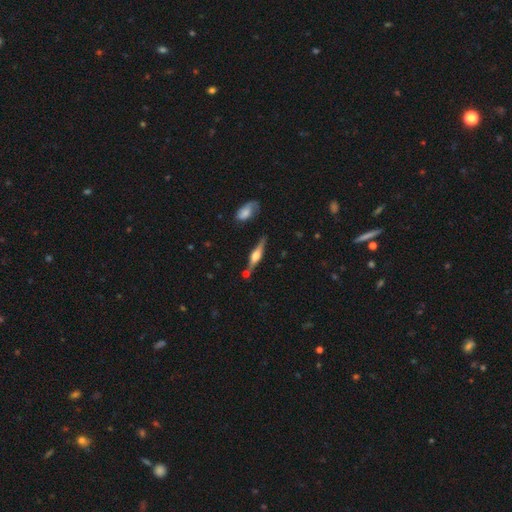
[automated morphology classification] Overall: featured or disk (71%). Edge-on disk: yes (96%). Edge-on bulge: rounded (87%). Merging: none (76%).